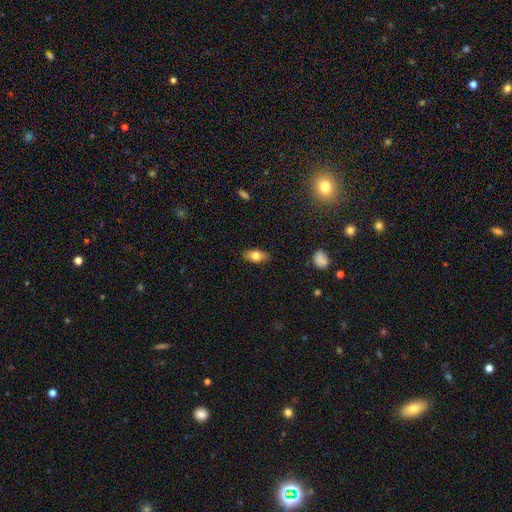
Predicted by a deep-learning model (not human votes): This appears to be a smooth galaxy with no disk features (78%) that is in between round and cigar-shaped (88%). Merging: none (84%).